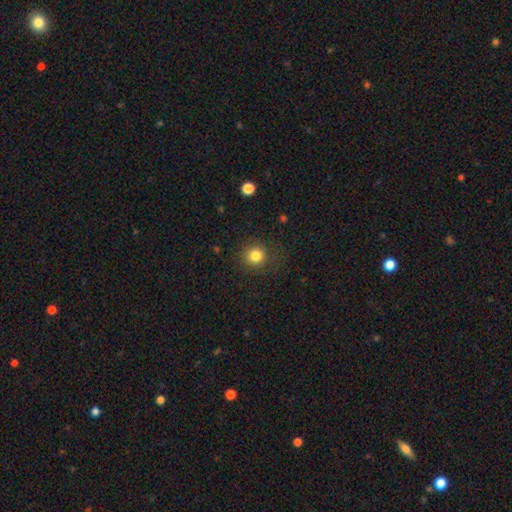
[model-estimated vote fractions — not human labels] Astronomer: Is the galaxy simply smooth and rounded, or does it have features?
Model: smooth — 82%.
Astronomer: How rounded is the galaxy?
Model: round — 92%.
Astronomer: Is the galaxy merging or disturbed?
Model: none — 86%.